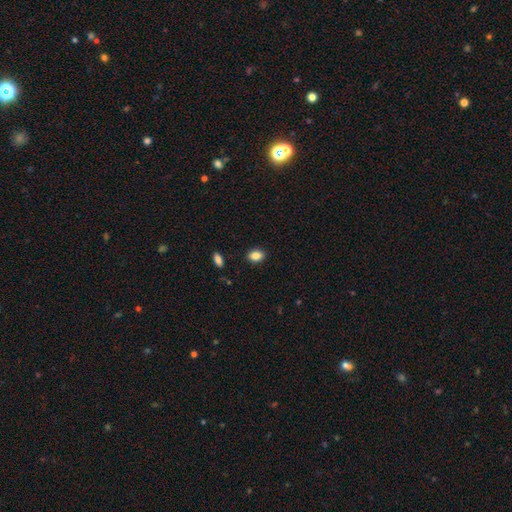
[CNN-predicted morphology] Overall: smooth (86%). How rounded: in between (77%). Merging: none (89%).